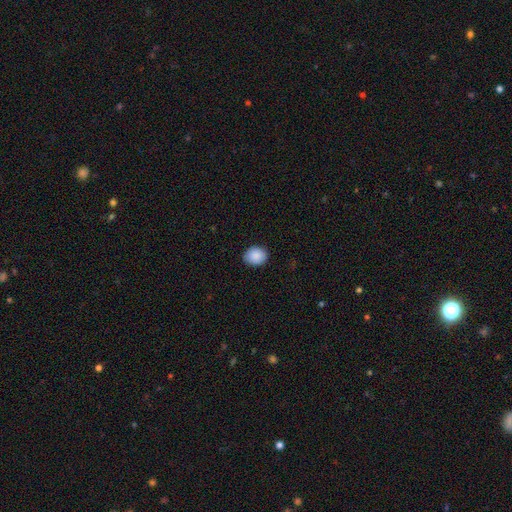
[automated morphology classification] Smooth or featured: smooth — 89% (star or artifact — 7%)
How rounded: round — 57% (in between — 42%)
Merging: none — 87% (minor disturbance — 10%)